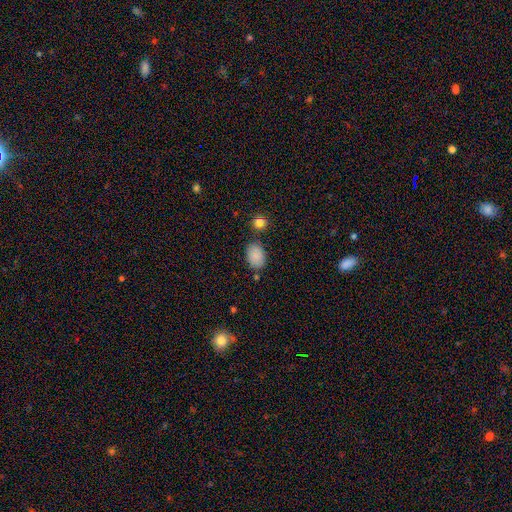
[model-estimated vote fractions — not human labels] A smooth galaxy with no disk features (86%) that is in between round and cigar-shaped (85%).

Vote fractions:
- Smooth or featured? smooth: 86% / star or artifact: 9% / featured or disk: 5%
- How rounded? in between: 85% / round: 14% / cigar-shaped: 1%
- Merging? none: 77% / minor disturbance: 14% / merger: 5% / major disturbance: 4%